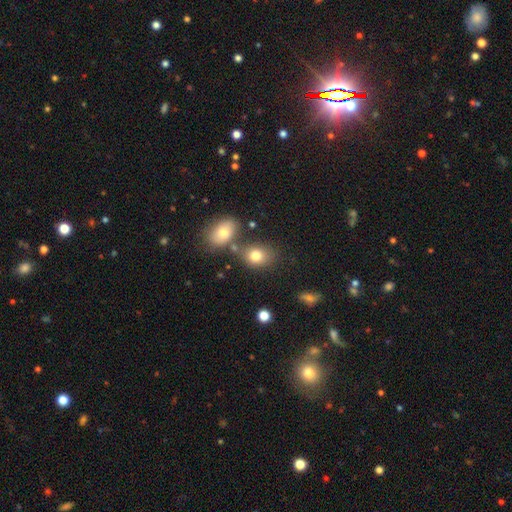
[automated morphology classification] Smooth or featured? Predicted: smooth (p=0.78). How rounded? Predicted: in between (p=0.64). Merging? Predicted: none (p=0.61).